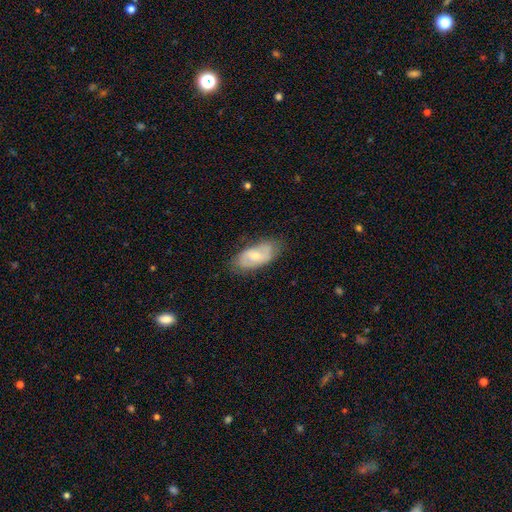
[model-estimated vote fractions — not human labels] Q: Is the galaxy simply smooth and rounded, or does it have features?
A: smooth — 48%.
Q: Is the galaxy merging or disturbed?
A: none — 70%.